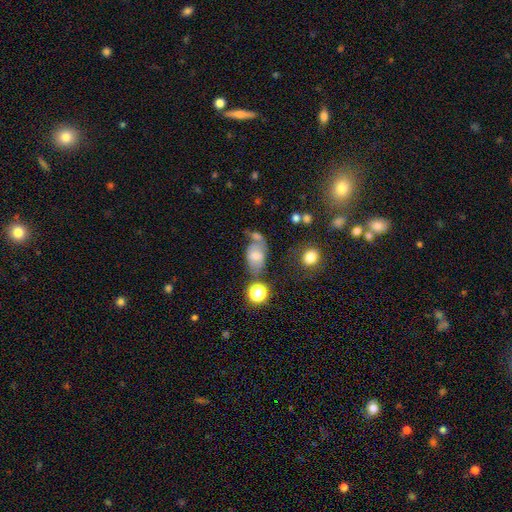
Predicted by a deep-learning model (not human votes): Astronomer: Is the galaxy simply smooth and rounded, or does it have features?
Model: smooth — 54% (runner-up: featured or disk, 31%).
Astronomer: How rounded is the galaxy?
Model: in between — 83%.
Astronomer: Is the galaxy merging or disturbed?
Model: none — 38% (runner-up: merger, 24%).